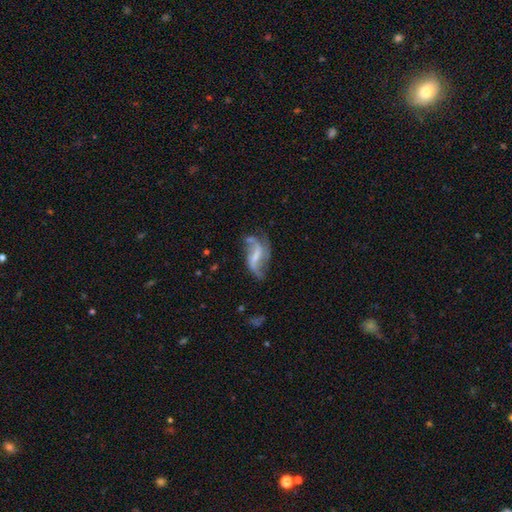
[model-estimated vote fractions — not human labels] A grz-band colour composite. It shows a featured or disk galaxy (73%) with a weak bar (45%), 2 (74%) loose (74%) spiral arms (82%) and a small central bulge (41%). Merging: none (41%).